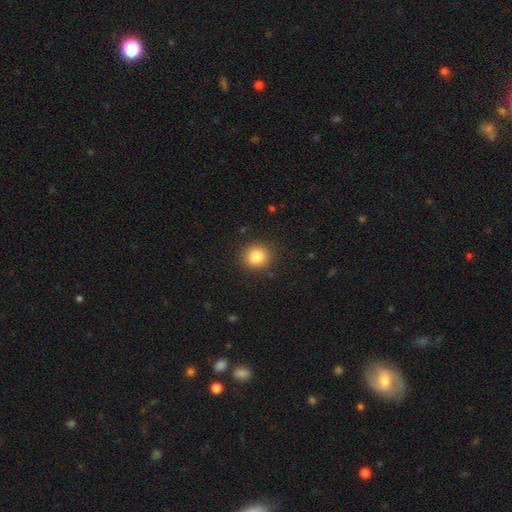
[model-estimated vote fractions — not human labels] Q: Smooth or featured?
A: smooth (84%); runner-up: star or artifact (10%)
Q: How rounded?
A: round (82%); runner-up: in between (17%)
Q: Merging?
A: none (88%); runner-up: minor disturbance (8%)